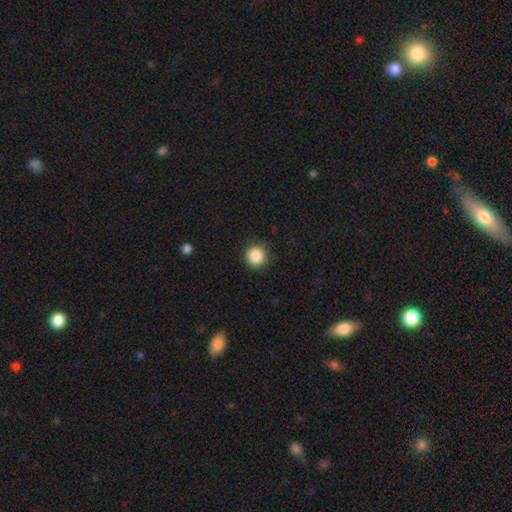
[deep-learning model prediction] This appears to be a smooth galaxy with no disk features (87%) that is round (95%). Merging: none (91%).